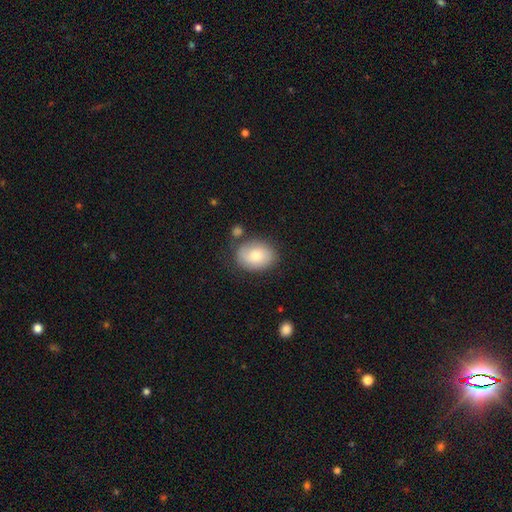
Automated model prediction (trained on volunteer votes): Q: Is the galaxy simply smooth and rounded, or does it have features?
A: smooth — 74%.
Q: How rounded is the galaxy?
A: in between — 58%.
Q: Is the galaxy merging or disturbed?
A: none — 71%.